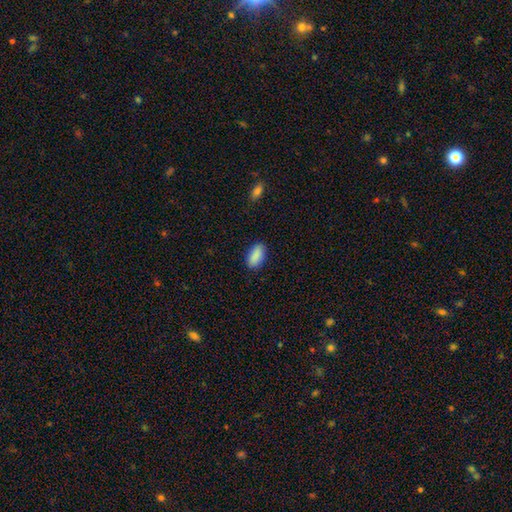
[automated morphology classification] This appears to be a smooth galaxy with no disk features (90%) that is in between round and cigar-shaped (92%). Merging: none (87%).